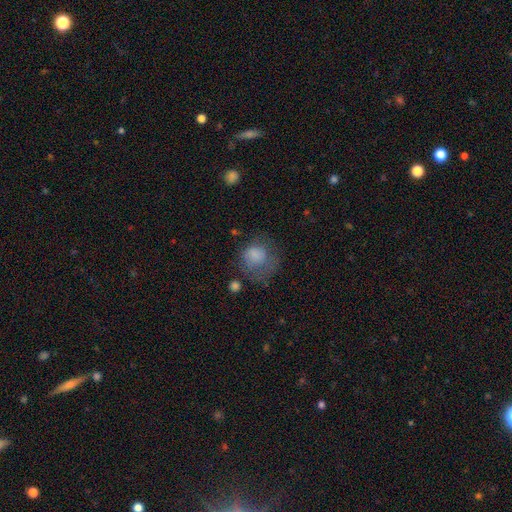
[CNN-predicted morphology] Smooth or featured: smooth — 74% (featured or disk — 16%)
How rounded: round — 72% (in between — 27%)
Merging: none — 38% (major disturbance — 33%)